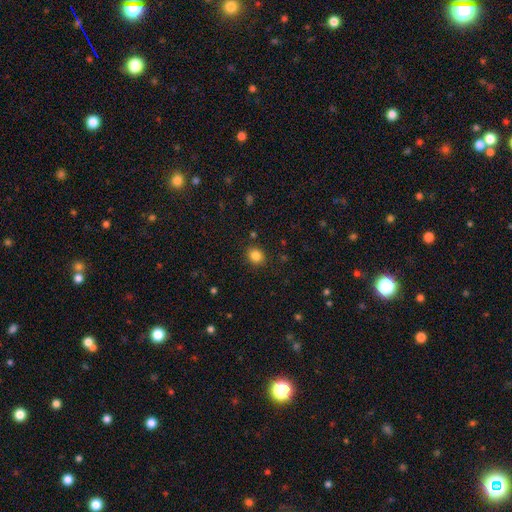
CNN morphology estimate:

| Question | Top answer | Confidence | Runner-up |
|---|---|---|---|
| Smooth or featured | smooth | 85% | star or artifact (11%) |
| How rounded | round | 70% | in between (29%) |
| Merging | none | 88% | minor disturbance (8%) |